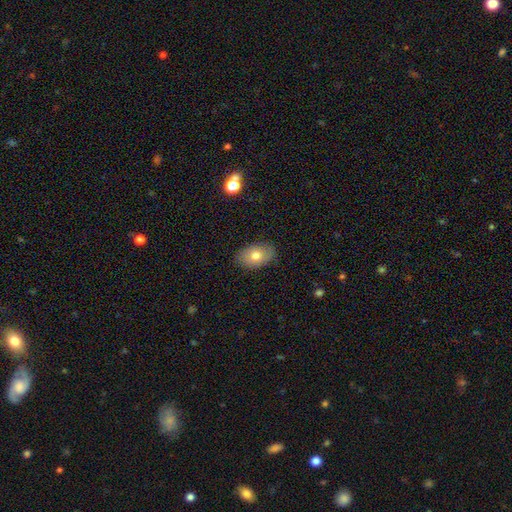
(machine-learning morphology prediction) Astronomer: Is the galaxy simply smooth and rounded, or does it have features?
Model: smooth — 74%.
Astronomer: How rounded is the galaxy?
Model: in between — 88%.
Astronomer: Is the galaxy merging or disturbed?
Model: none — 85%.